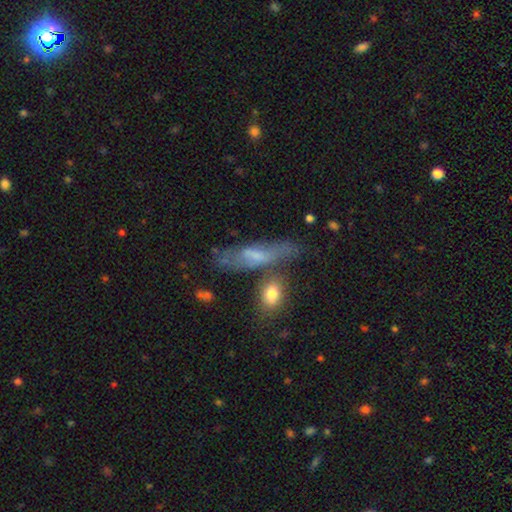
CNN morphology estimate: Smooth or featured? smooth (46%)
Merging? none (50%)